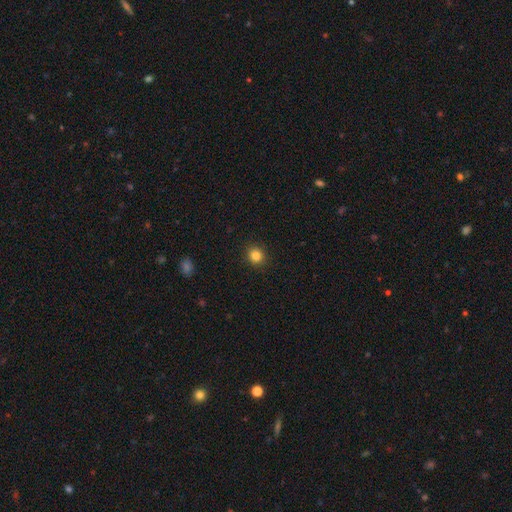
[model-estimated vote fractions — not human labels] A smooth galaxy with no disk features (84%) that is round (89%).

Vote fractions:
- Smooth or featured? smooth: 84% / star or artifact: 12% / featured or disk: 4%
- How rounded? round: 89% / in between: 10% / cigar-shaped: 1%
- Merging? none: 91% / minor disturbance: 6% / major disturbance: 2% / merger: 1%